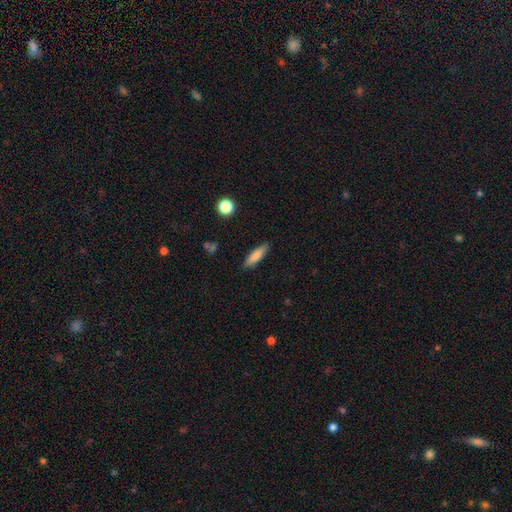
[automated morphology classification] The model was most divided on "how rounded": cigar-shaped: 62%, in between: 36%, round: 2%. More confident: merging — none (86%); smooth or featured — smooth (81%).